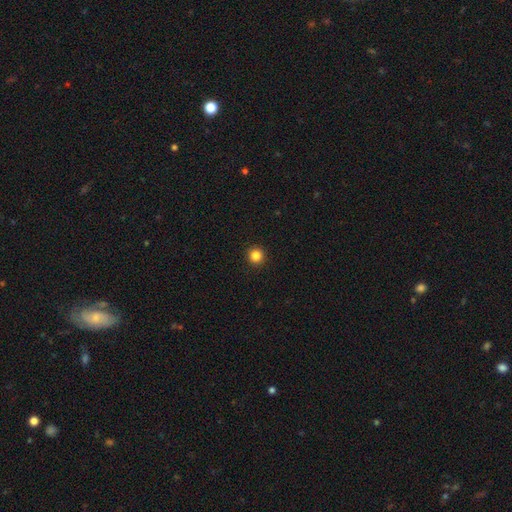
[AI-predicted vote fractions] Smooth or featured?
  - smooth: 84% *
  - star or artifact: 12%
  - featured or disk: 4%
How rounded?
  - round: 96% *
  - in between: 3%
  - cigar-shaped: 1%
Merging?
  - none: 94% *
  - minor disturbance: 4%
  - major disturbance: 1%
  - merger: 1%